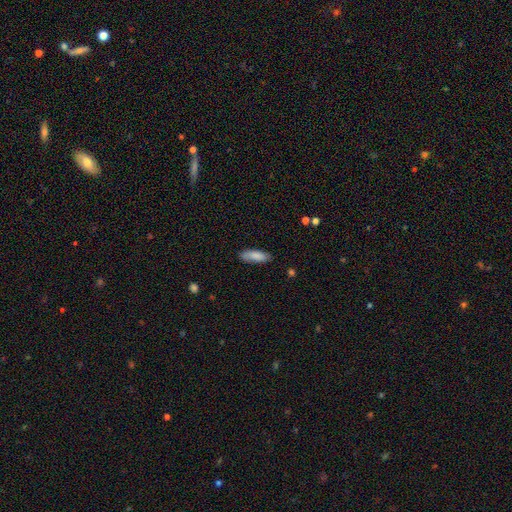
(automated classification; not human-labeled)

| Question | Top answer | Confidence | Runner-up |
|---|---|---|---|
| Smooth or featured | smooth | 84% | featured or disk (10%) |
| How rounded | in between | 60% | cigar-shaped (38%) |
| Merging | none | 81% | minor disturbance (15%) |